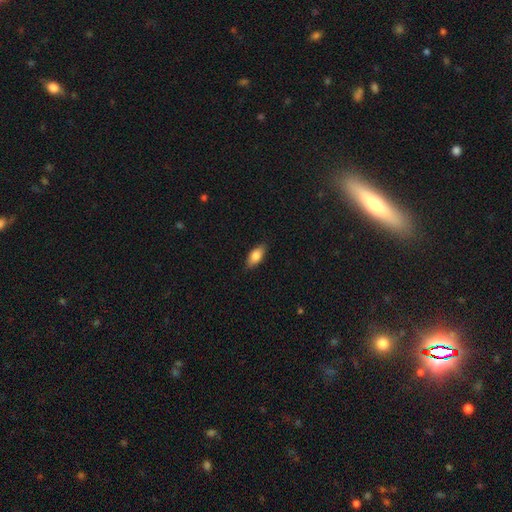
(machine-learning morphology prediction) smooth 80%, featured or disk 13%, star or artifact 7%. Down the decision tree: how rounded — in between (86%); merging — none (86%).